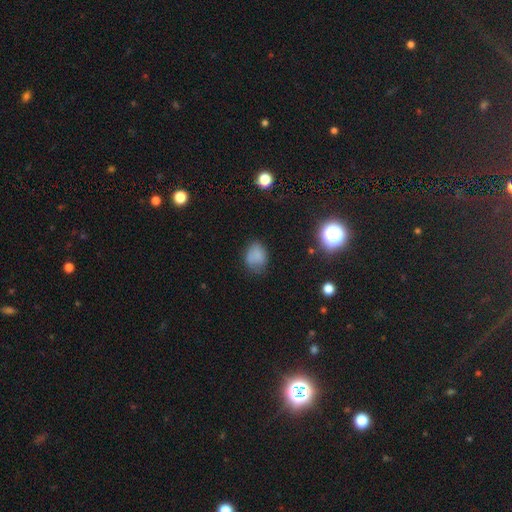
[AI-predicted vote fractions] A smooth galaxy with no disk features (76%) that is in between round and cigar-shaped (57%). Merging: none (59%).